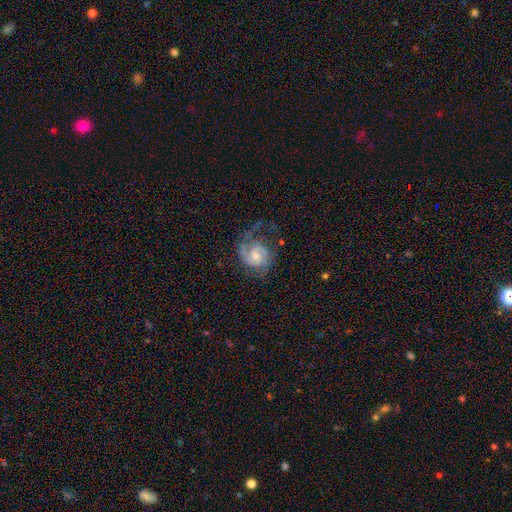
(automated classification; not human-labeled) Smooth or featured? featured or disk (78%)
Edge-on disk? no (98%)
Bar? no (63%)
Spiral arms? yes (93%)
Spiral winding? medium (43%)
Spiral arm count? 2 (54%)
Bulge size? moderate (48%)
Merging? none (46%)